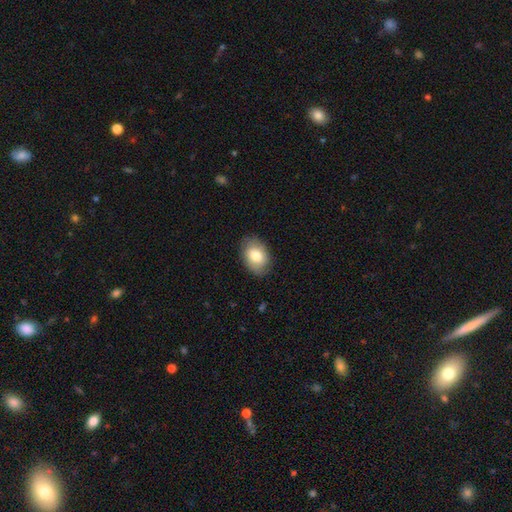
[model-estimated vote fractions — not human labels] Smooth or featured? Predicted: smooth (p=0.79). How rounded? Predicted: in between (p=0.83). Merging? Predicted: none (p=0.84).